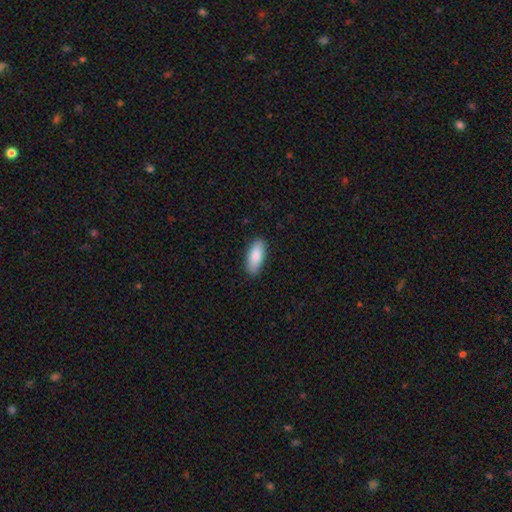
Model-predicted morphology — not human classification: The model was most divided on "how rounded": in between: 81%, cigar-shaped: 17%, round: 2%. More confident: merging — none (88%); smooth or featured — smooth (87%).